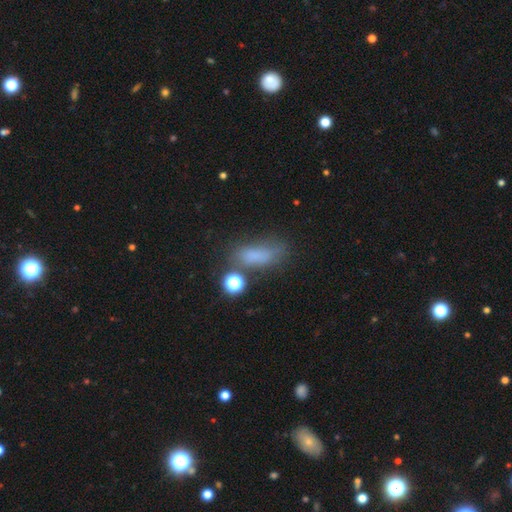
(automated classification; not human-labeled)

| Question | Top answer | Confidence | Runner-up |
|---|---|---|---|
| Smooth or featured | smooth | 67% | star or artifact (18%) |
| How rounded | in between | 71% | cigar-shaped (19%) |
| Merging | none | 45% | minor disturbance (25%) |